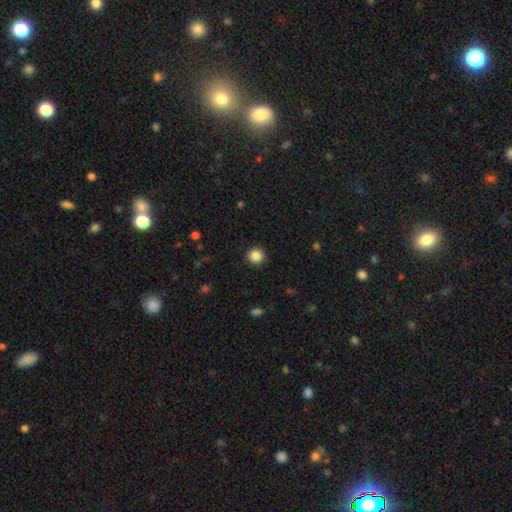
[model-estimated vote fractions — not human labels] Smooth or featured?
  - smooth: 85% *
  - star or artifact: 10%
  - featured or disk: 4%
How rounded?
  - round: 93% *
  - in between: 6%
  - cigar-shaped: 1%
Merging?
  - none: 90% *
  - minor disturbance: 7%
  - major disturbance: 2%
  - merger: 1%